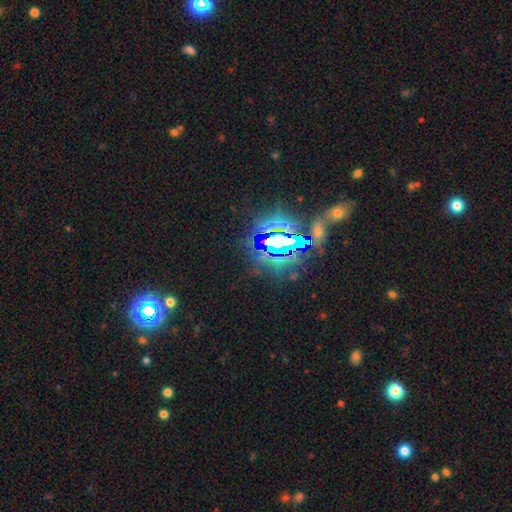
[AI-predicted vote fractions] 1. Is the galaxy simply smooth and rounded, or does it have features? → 81% star or artifact, 10% smooth, 9% featured or disk.